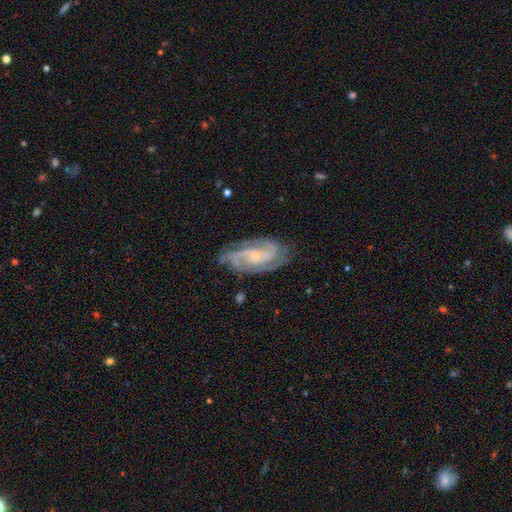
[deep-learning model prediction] Smooth or featured? featured or disk (91%)
Edge-on disk? no (97%)
Bar? no (57%)
Spiral arms? yes (98%)
Spiral winding? tight (53%)
Spiral arm count? 3 (38%)
Bulge size? small (68%)
Merging? none (77%)